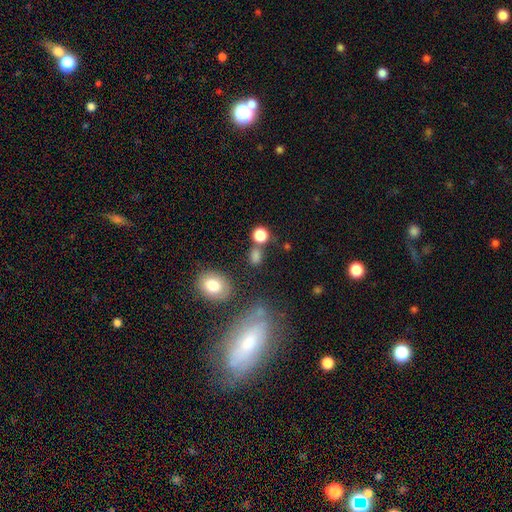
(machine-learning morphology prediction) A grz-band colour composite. It shows a smooth galaxy with no disk features (79%) that is round (62%). Merging: none (65%).